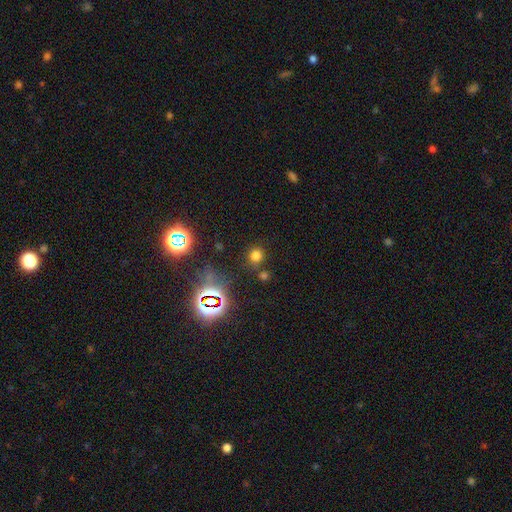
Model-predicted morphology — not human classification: smooth-or-featured: smooth: 66% | star or artifact: 27% | featured or disk: 6%
  how-rounded: round: 88% | in between: 11% | cigar-shaped: 1%
  merging: none: 76% | merger: 10% | minor disturbance: 10% | major disturbance: 4%